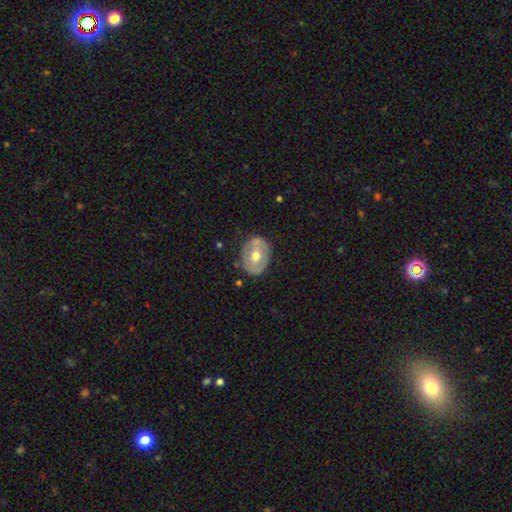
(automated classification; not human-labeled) smooth-or-featured: featured or disk: 51% | smooth: 44% | star or artifact: 6%
  disk-edge-on: no: 93% | yes: 7%
  merging: none: 76% | minor disturbance: 17% | major disturbance: 4% | merger: 3%